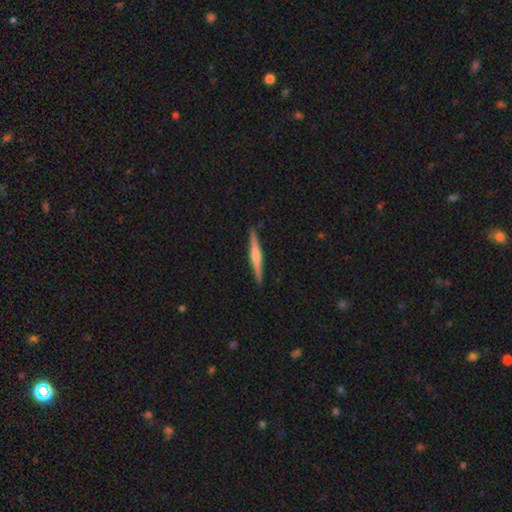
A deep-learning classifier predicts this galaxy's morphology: A featured or disk galaxy (68%) viewed edge-on (98%) with a rounded central bulge (66%). Merging: none (91%).